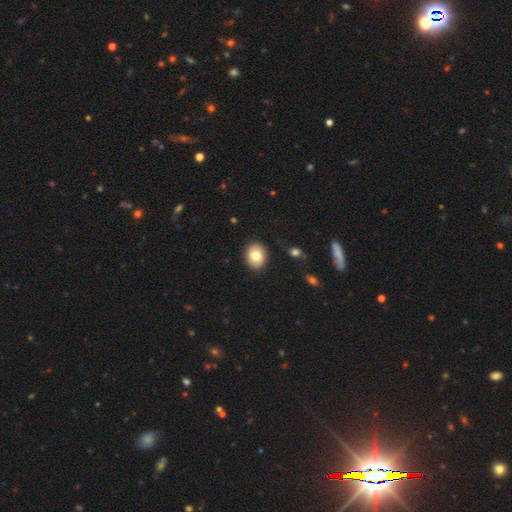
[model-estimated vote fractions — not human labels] This appears to be a smooth galaxy with no disk features (78%) that is round (51%). Merging: none (88%).